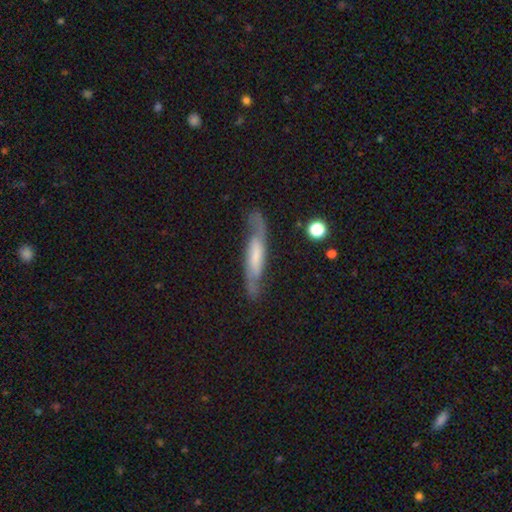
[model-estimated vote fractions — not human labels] The model was most divided on "edge-on disk": no: 63%, yes: 37%. More confident: merging — none (73%); smooth or featured — featured or disk (68%).